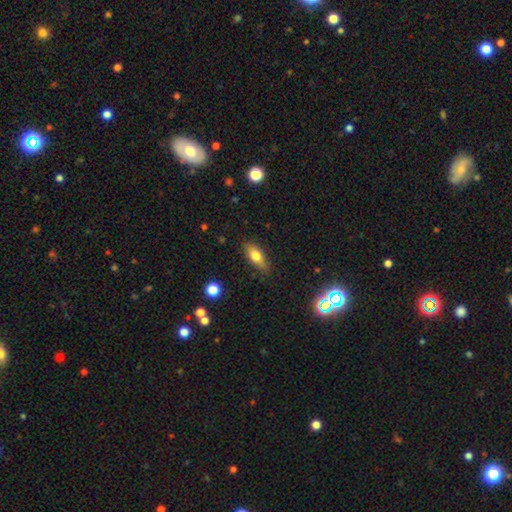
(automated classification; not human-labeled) Smooth or featured: smooth — 70% (featured or disk — 22%)
How rounded: in between — 75% (cigar-shaped — 21%)
Merging: none — 83% (minor disturbance — 13%)